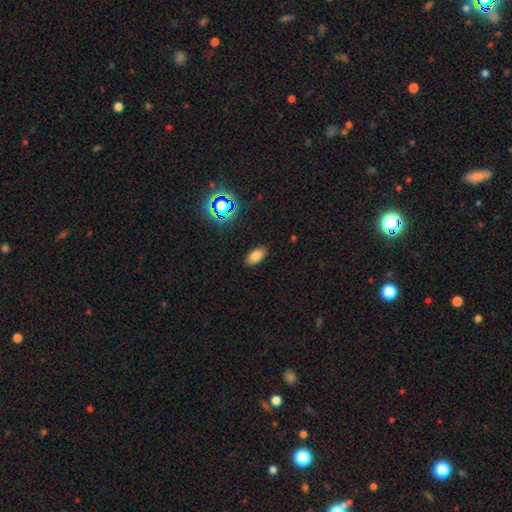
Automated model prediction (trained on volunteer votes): The model was most divided on "smooth or featured": smooth: 80%, star or artifact: 13%, featured or disk: 8%. More confident: how rounded — in between (91%); merging — none (87%).